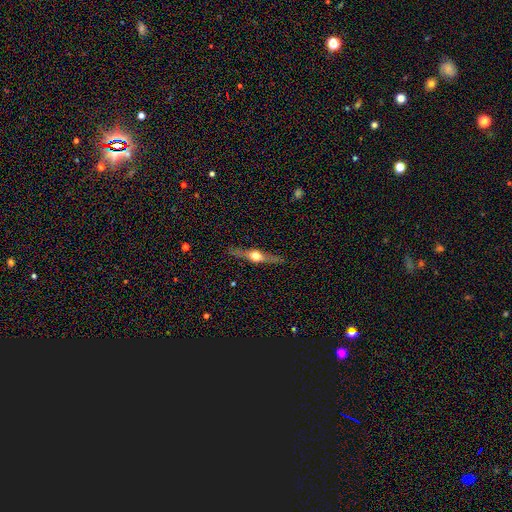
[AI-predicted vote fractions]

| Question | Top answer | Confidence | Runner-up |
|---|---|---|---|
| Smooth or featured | featured or disk | 73% | smooth (21%) |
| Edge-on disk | yes | 96% | no (4%) |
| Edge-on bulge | rounded | 96% | boxy (2%) |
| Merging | none | 89% | minor disturbance (8%) |